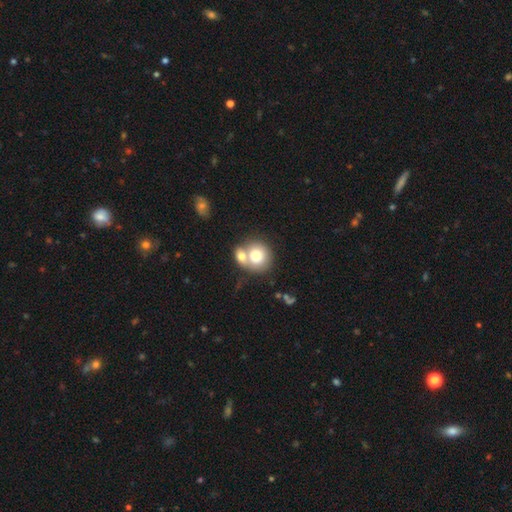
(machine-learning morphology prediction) Overall: smooth (74%). How rounded: round (78%). Merging: merger (55%; none 32%).